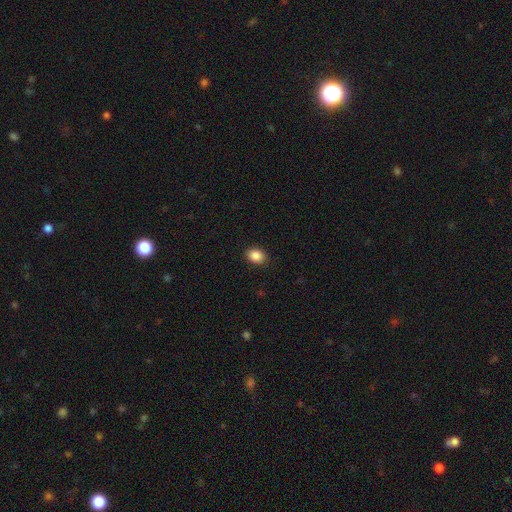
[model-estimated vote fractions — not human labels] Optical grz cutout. It shows a smooth galaxy with no disk features (88%) that is in between round and cigar-shaped (60%). Merging: none (90%).